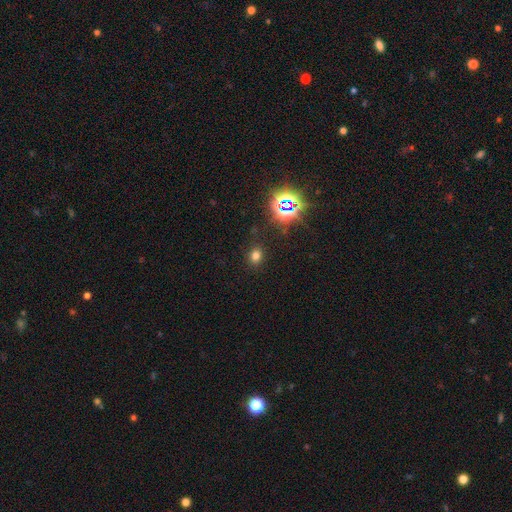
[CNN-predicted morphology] Smooth or featured? Predicted: smooth (p=0.68). How rounded? Predicted: round (p=0.56). Merging? Predicted: none (p=0.85).